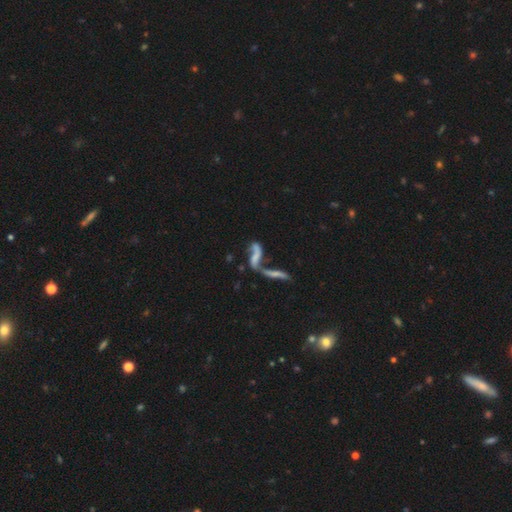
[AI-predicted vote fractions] The model was most divided on "smooth or featured": featured or disk: 59%, smooth: 29%, star or artifact: 12%. More confident: edge-on disk — no (84%); merging — merger (58%).